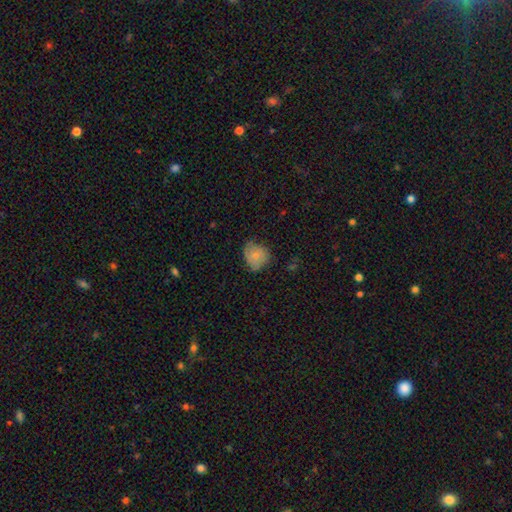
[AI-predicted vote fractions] Smooth or featured?
  - smooth: 75% *
  - featured or disk: 16%
  - star or artifact: 9%
How rounded?
  - round: 65% *
  - in between: 34%
  - cigar-shaped: 1%
Merging?
  - none: 55% *
  - minor disturbance: 35%
  - major disturbance: 9%
  - merger: 2%